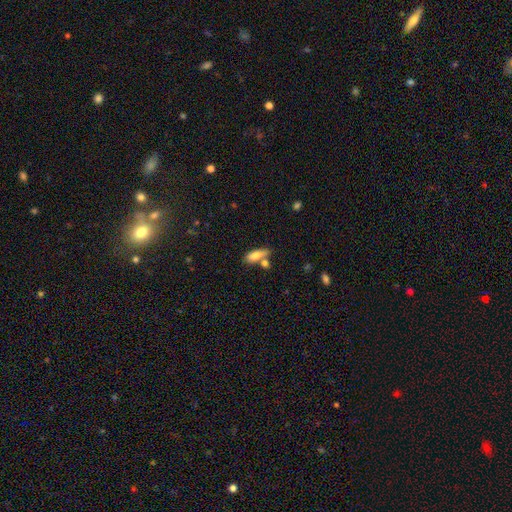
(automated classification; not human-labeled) smooth_or_featured: smooth (p=0.78) [alt: featured or disk p=0.15]
how_rounded: in between (p=0.59) [alt: cigar-shaped p=0.38]
merging: none (p=0.51) [alt: merger p=0.28]